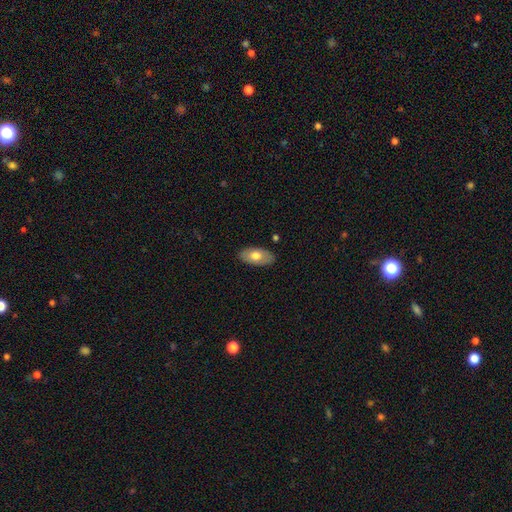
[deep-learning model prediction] Morphology: type=smooth (67%); roundness=in between (94%); merging=none (85%).